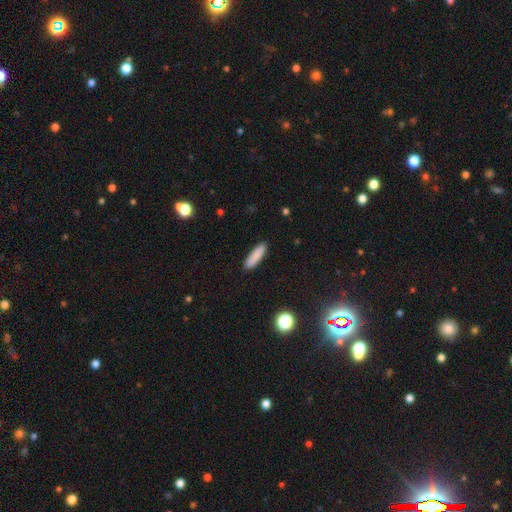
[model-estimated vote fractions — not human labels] smooth-or-featured: smooth: 87% | star or artifact: 7% | featured or disk: 6%
  how-rounded: cigar-shaped: 66% | in between: 32% | round: 2%
  merging: none: 90% | minor disturbance: 7% | major disturbance: 2% | merger: 1%